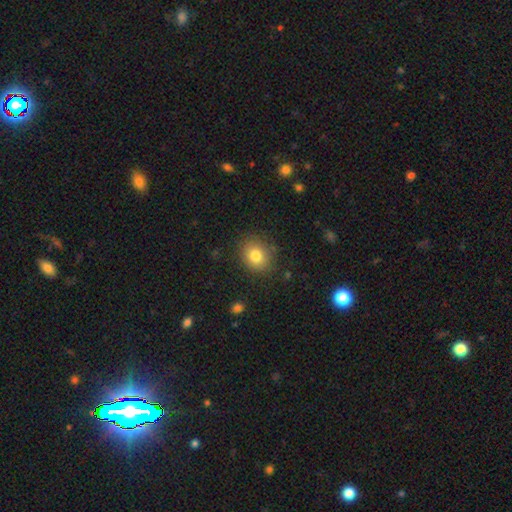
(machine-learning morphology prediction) Smooth or featured?
  - smooth: 80% *
  - star or artifact: 11%
  - featured or disk: 9%
How rounded?
  - round: 66% *
  - in between: 33%
  - cigar-shaped: 1%
Merging?
  - none: 84% *
  - minor disturbance: 11%
  - major disturbance: 3%
  - merger: 1%